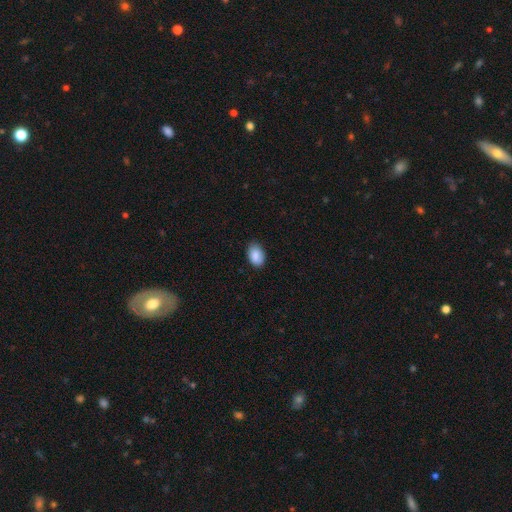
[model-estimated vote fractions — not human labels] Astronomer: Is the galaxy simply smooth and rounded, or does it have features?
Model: smooth — 87%.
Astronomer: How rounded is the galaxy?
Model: in between — 87%.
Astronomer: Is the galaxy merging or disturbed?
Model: none — 82%.